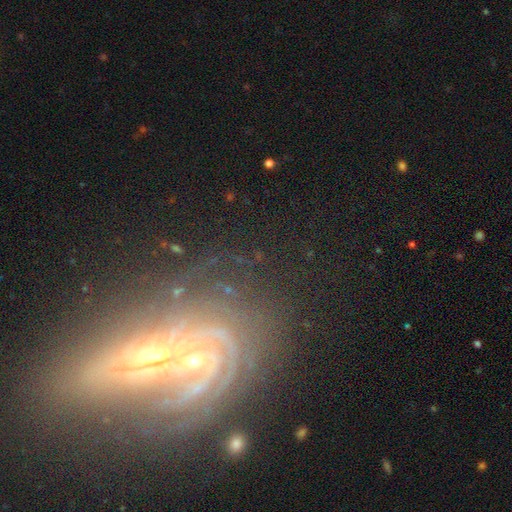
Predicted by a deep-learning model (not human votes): smooth-or-featured: featured or disk: 75% | star or artifact: 16% | smooth: 9%
  disk-edge-on: no: 93% | yes: 7%
    bar: no: 59% | weak: 25% | strong: 16%
    has-spiral-arms: yes: 92% | no: 8%
      spiral-winding: tight: 72% | medium: 21% | loose: 7%
      spiral-arm-count: can't tell: 26% | 3: 21% | 2: 17% | 4: 13% | more than 4: 12% | 1: 10%
    bulge-size: small: 71% | moderate: 23% | large: 3% | none: 2% | dominant: 2%
  merging: none: 58% | merger: 18% | minor disturbance: 14% | major disturbance: 10%